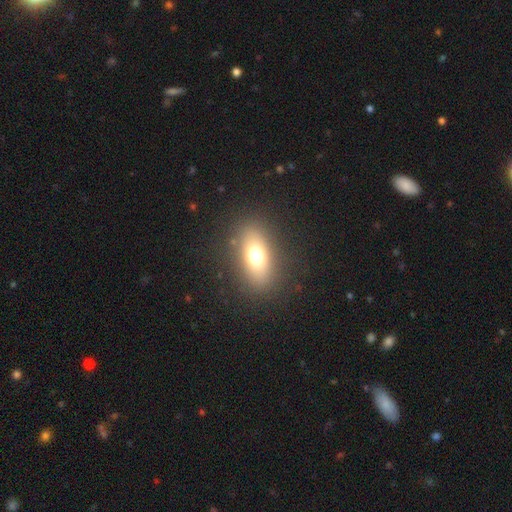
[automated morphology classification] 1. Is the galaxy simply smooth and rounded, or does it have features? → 70% smooth, 19% featured or disk, 12% star or artifact.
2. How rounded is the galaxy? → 80% in between, 11% round, 9% cigar-shaped.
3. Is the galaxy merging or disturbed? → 84% none, 10% minor disturbance, 5% major disturbance, 1% merger.